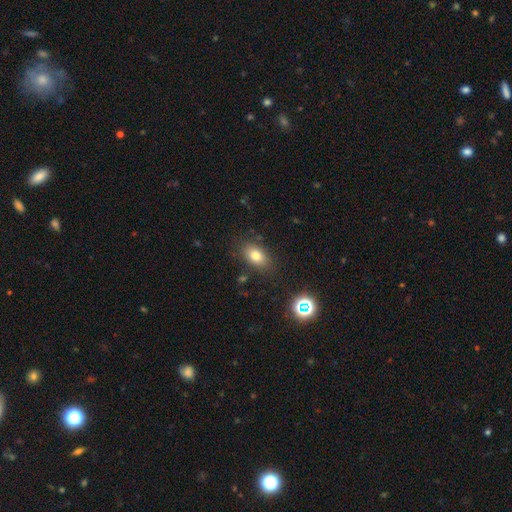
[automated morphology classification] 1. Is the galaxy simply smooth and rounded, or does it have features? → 78% smooth, 12% star or artifact, 11% featured or disk.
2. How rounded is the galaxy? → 84% in between, 14% round, 2% cigar-shaped.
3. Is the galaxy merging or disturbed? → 82% none, 12% minor disturbance, 4% major disturbance, 3% merger.